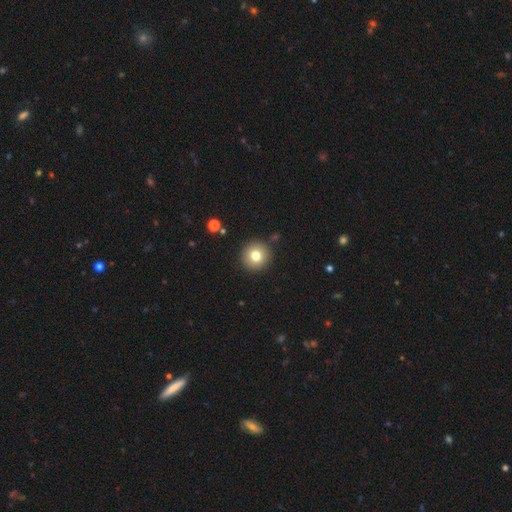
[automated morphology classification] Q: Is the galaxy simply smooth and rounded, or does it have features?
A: smooth — 78%.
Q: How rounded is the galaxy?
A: round — 94%.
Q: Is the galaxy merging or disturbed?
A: none — 90%.